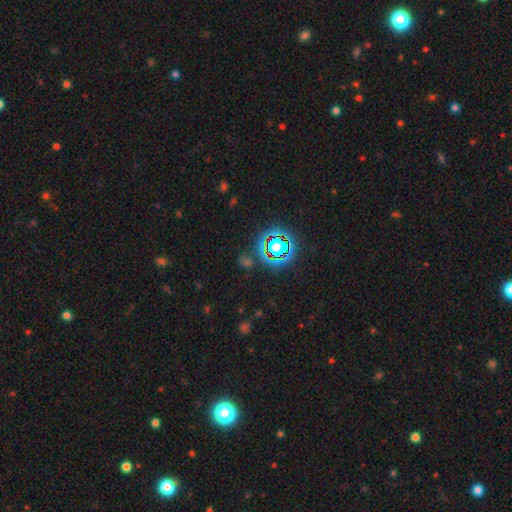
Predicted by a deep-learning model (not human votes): Q: Smooth or featured?
A: star or artifact (78%); runner-up: smooth (14%)